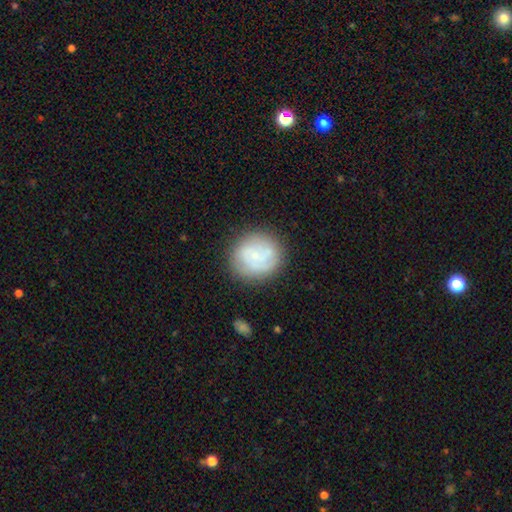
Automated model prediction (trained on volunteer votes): Smooth or featured: smooth — 46% (featured or disk — 45%)
Merging: none — 78% (minor disturbance — 14%)